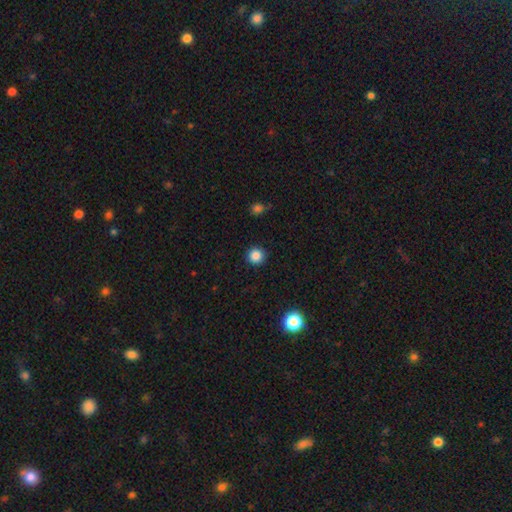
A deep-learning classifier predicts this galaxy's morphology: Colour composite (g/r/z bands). It shows a smooth galaxy with no disk features (86%) that is round (95%). Merging: none (91%).